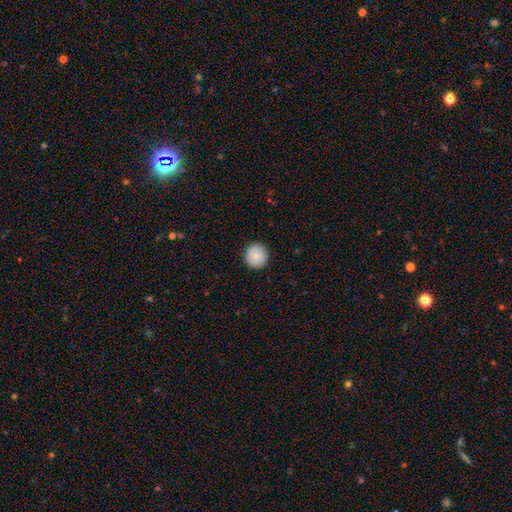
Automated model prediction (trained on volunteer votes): The model was most divided on "smooth or featured": smooth: 80%, featured or disk: 12%, star or artifact: 7%. More confident: how rounded — round (94%); merging — none (90%).